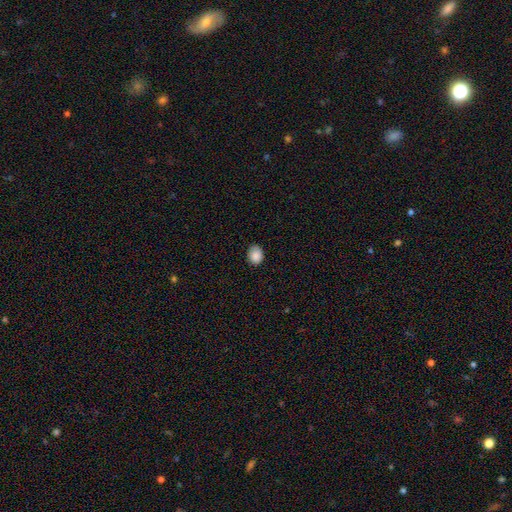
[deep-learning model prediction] smooth 88%, star or artifact 9%, featured or disk 3%. Down the decision tree: how rounded — in between (52%); merging — none (80%).